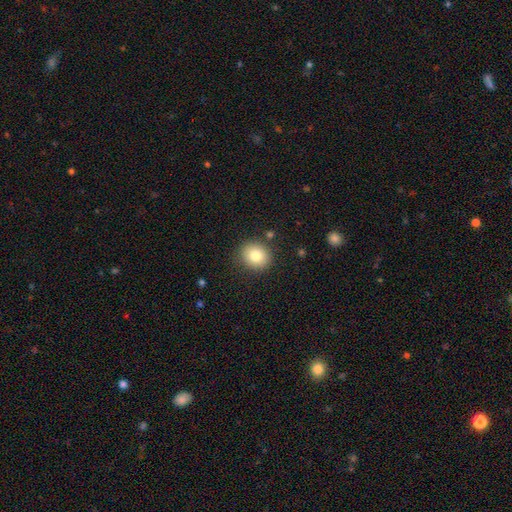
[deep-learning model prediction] Morphology: type=smooth (80%); roundness=round (82%); merging=none (88%).